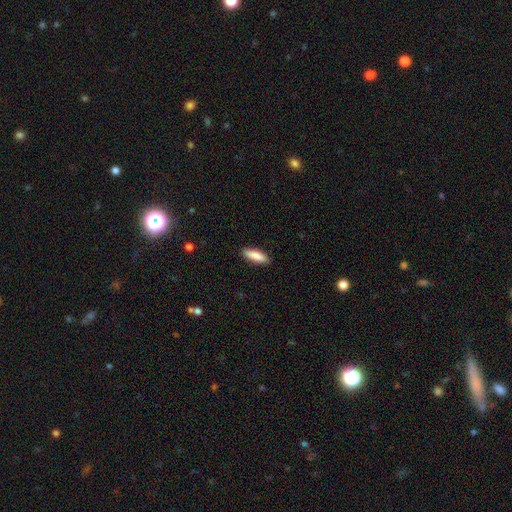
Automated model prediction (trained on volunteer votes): Morphology: type=smooth (86%); roundness=cigar-shaped (53%); merging=none (89%).